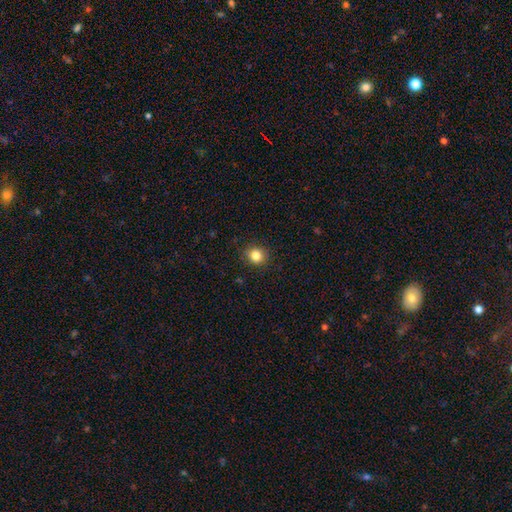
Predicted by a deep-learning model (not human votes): This is clearly a smooth galaxy (84%). How rounded: clearly round (83%). Merging: clearly none (90%).